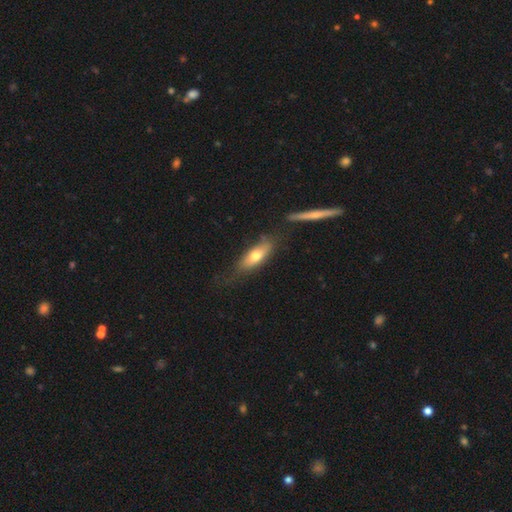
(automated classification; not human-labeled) Smooth or featured? smooth (64%)
How rounded? in between (65%)
Merging? none (59%)